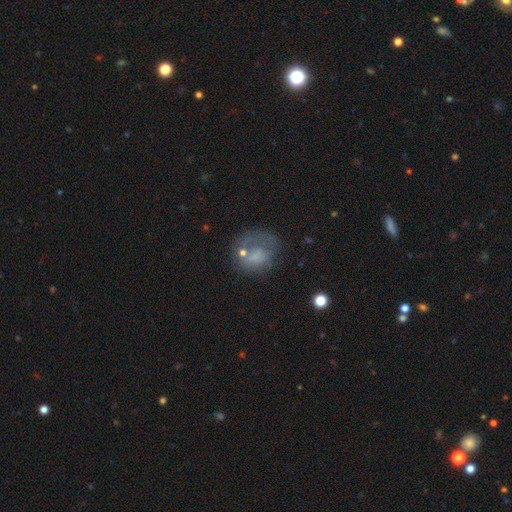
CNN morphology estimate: Q: Smooth or featured?
A: smooth (48%); runner-up: featured or disk (40%)
Q: Merging?
A: none (43%); runner-up: major disturbance (29%)